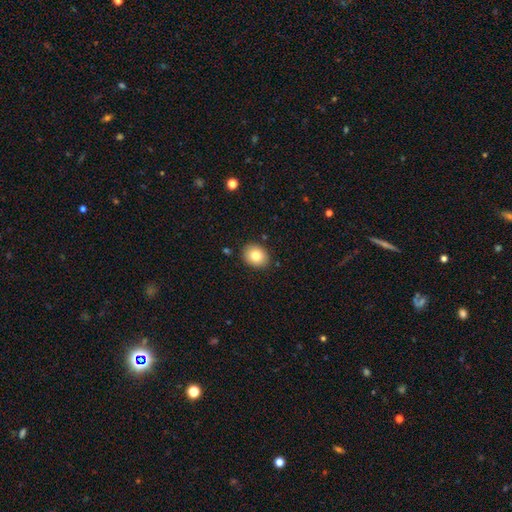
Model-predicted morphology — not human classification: The model was most divided on "how rounded": round: 50%, in between: 49%, cigar-shaped: 1%. More confident: merging — none (88%); smooth or featured — smooth (81%).